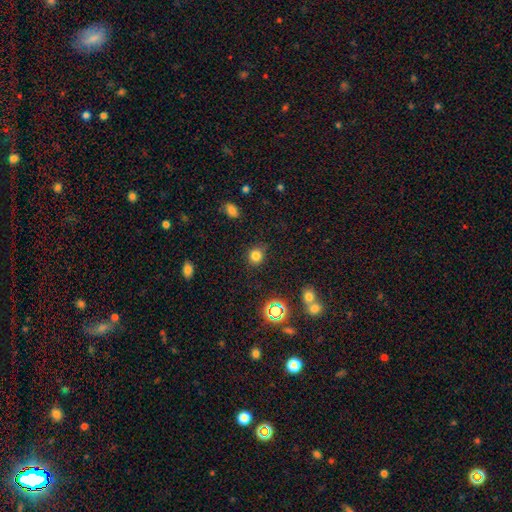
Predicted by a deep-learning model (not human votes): A smooth galaxy with no disk features (79%) that is round (85%).

Vote fractions:
- Smooth or featured? smooth: 79% / star or artifact: 16% / featured or disk: 5%
- How rounded? round: 85% / in between: 14% / cigar-shaped: 1%
- Merging? none: 82% / minor disturbance: 12% / major disturbance: 4% / merger: 2%